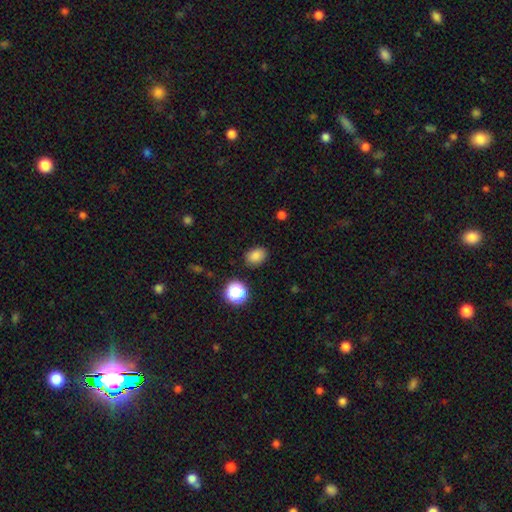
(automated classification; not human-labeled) The model was most divided on "how rounded": in between: 64%, round: 35%, cigar-shaped: 1%. More confident: merging — none (85%); smooth or featured — smooth (82%).